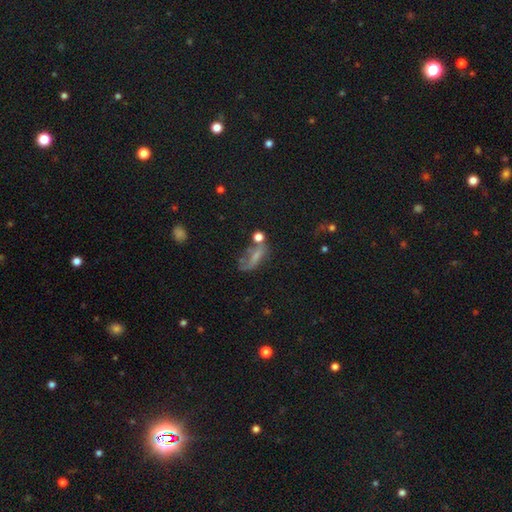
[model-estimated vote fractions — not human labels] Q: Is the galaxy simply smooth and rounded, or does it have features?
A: smooth — 47%.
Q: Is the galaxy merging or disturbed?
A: none — 33%.